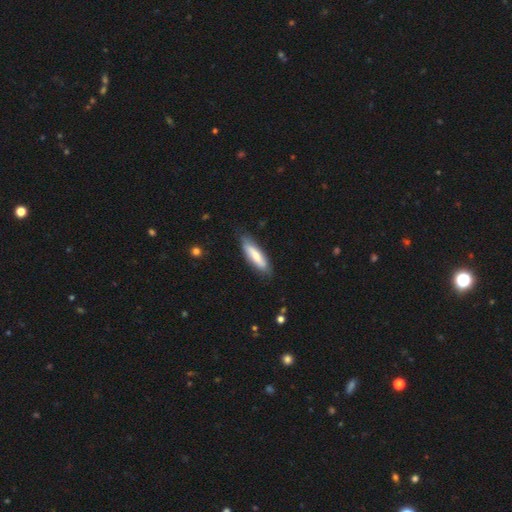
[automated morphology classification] This appears to be a smooth galaxy with no disk features (64%) that is cigar-shaped (62%). Merging: none (78%).